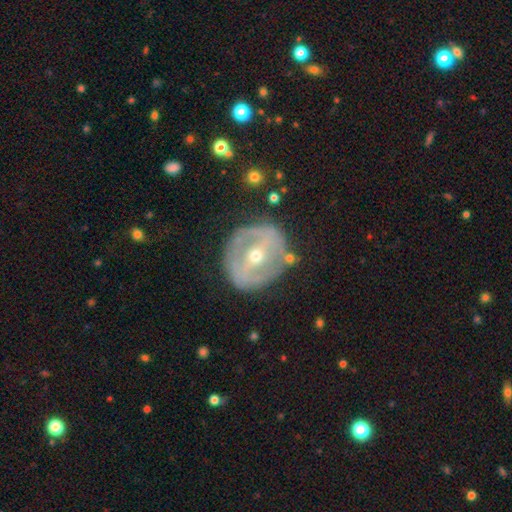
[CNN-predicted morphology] type=featured or disk (77%); edge-on=no (95%); bar=strong (48%); spiral arms=yes (57%); bulge=moderate (50%); merging=none (77%).